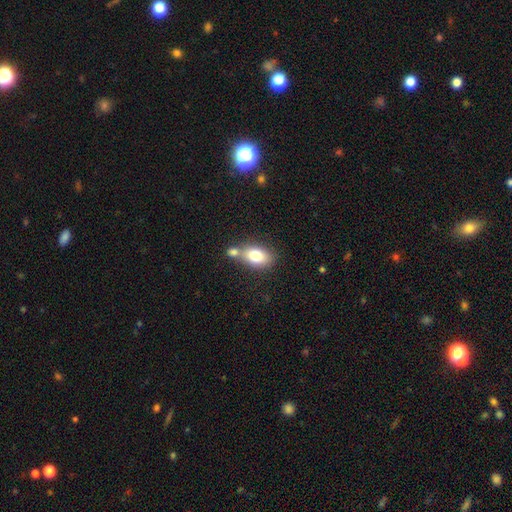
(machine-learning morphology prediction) Smooth or featured? smooth (77%)
How rounded? in between (83%)
Merging? none (47%)